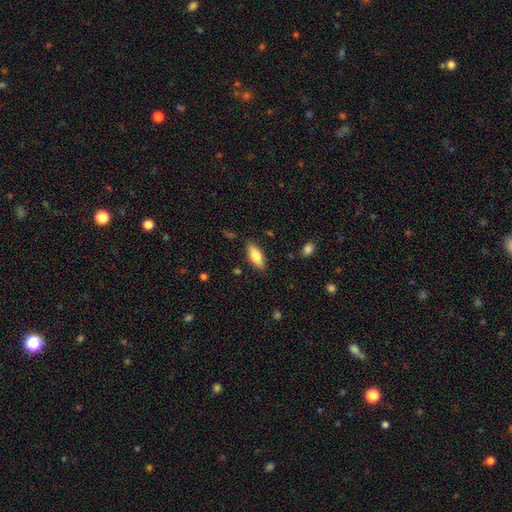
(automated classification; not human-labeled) This appears to be a smooth galaxy with no disk features (76%) that is in between round and cigar-shaped (76%). Merging: none (85%).